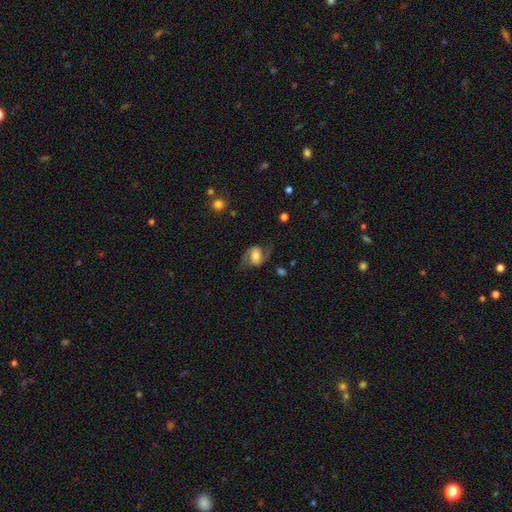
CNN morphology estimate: smooth_or_featured: featured or disk (p=0.76) [alt: smooth p=0.17]
disk_edge_on: no (p=0.97) [alt: yes p=0.03]
bar: weak (p=0.41) [alt: no p=0.40]
has_spiral_arms: yes (p=0.94) [alt: no p=0.06]
spiral_winding: loose (p=0.48) [alt: medium p=0.42]
spiral_arm_count: 2 (p=0.93) [alt: can't tell p=0.02]
bulge_size: moderate (p=0.47) [alt: large p=0.26]
merging: none (p=0.73) [alt: minor disturbance p=0.15]